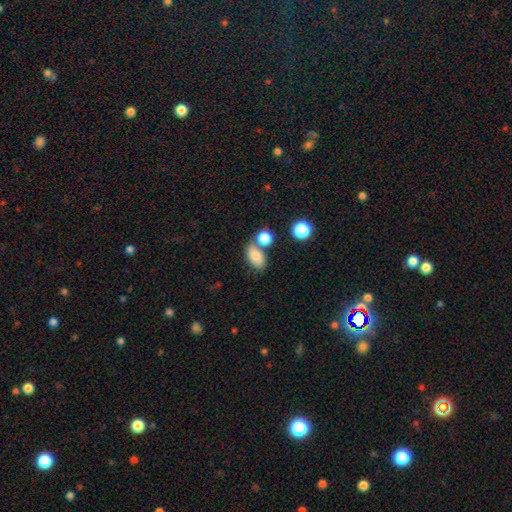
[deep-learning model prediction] smooth 79%, featured or disk 11%, star or artifact 10%. Down the decision tree: how rounded — in between (85%); merging — none (54%).